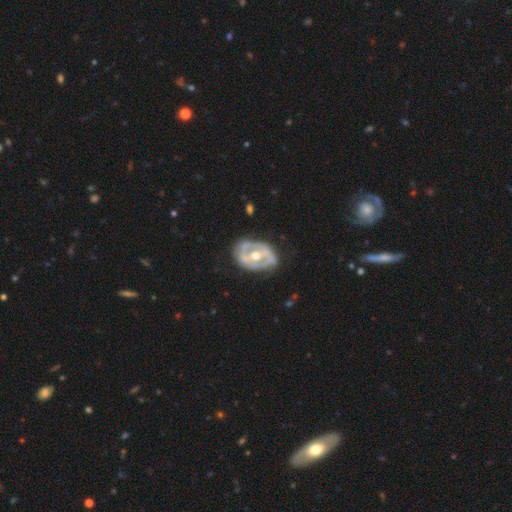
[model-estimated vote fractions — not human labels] This is likely a featured or disk galaxy (76%). It is clearly not viewed edge-on (94%). Bar: marginally no (35%). Spiral arm pattern: possibly no (52%). Central bulge: likely moderate (76%). Merging: likely none (71%).